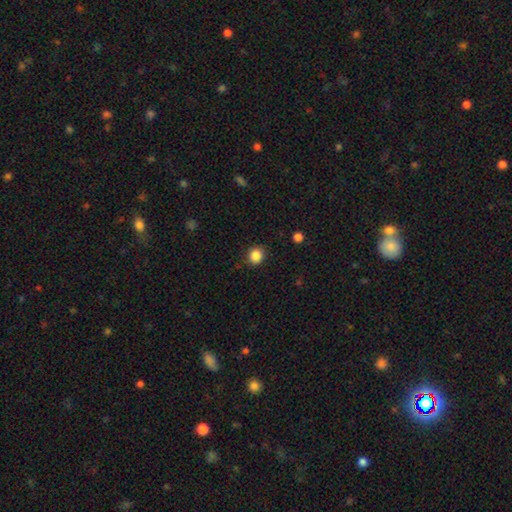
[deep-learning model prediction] smooth 86%, star or artifact 10%, featured or disk 4%. Down the decision tree: how rounded — round (79%); merging — none (88%).